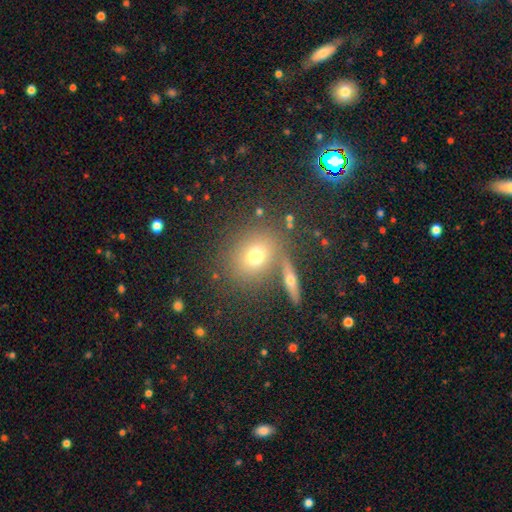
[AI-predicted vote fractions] This appears to be a smooth galaxy with no disk features (68%) that is round (67%). Merging: none (72%).